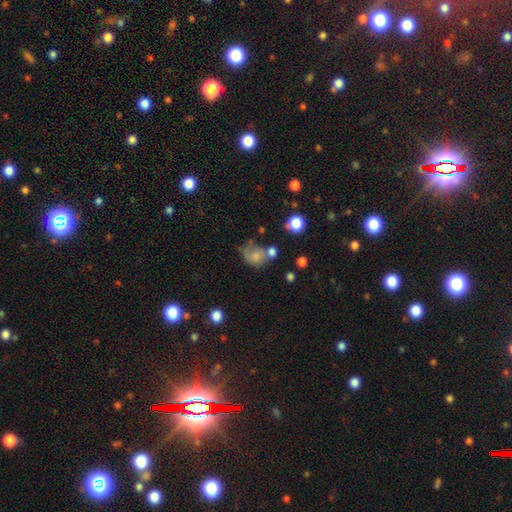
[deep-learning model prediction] Smooth or featured: smooth — 67% (featured or disk — 20%)
How rounded: round — 58% (in between — 41%)
Merging: none — 33% (minor disturbance — 25%)